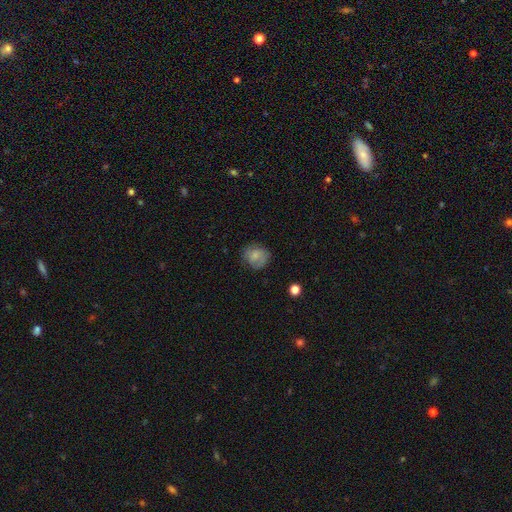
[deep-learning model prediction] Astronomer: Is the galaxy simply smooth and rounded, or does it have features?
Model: smooth — 73%.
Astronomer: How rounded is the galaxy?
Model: round — 79%.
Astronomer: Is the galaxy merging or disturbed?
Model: none — 70%.